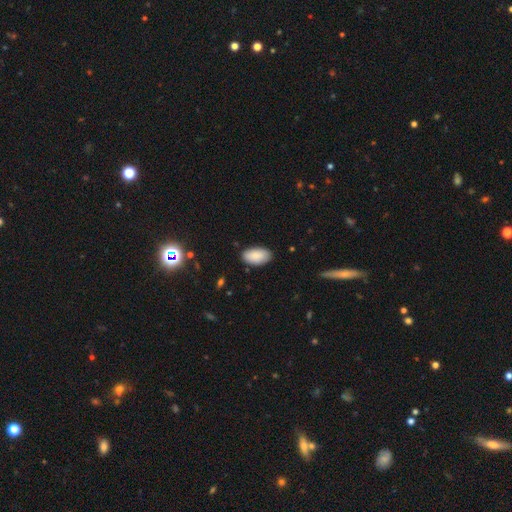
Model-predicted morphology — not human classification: The model was most divided on "merging": none: 85%, minor disturbance: 12%, major disturbance: 2%, merger: 1%. More confident: how rounded — in between (95%); smooth or featured — smooth (87%).